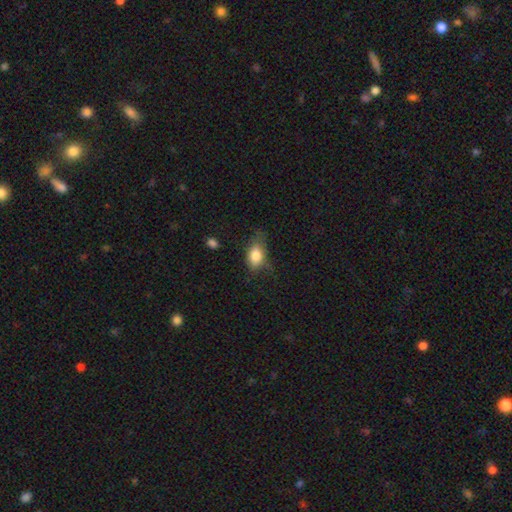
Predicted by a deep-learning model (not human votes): Smooth or featured? smooth (82%)
How rounded? in between (85%)
Merging? none (51%)